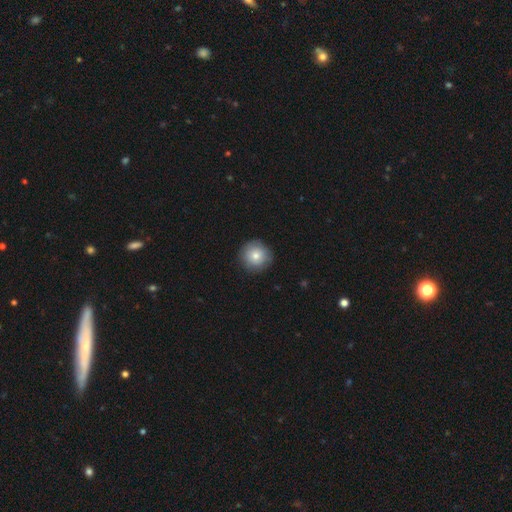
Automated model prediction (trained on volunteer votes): A smooth galaxy with no disk features (78%) that is round (95%). Merging: none (87%).